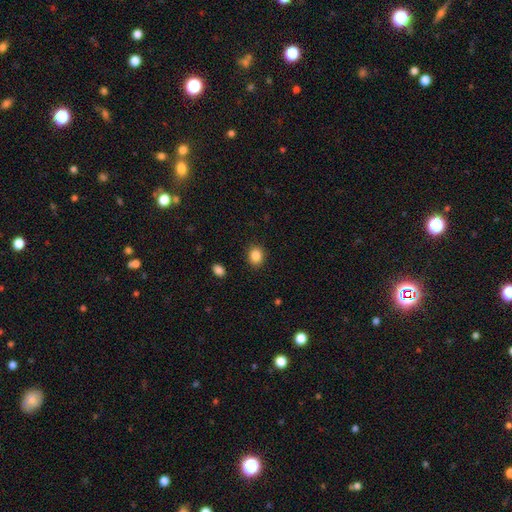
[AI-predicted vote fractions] Smooth or featured? smooth (86%)
How rounded? round (64%)
Merging? none (89%)